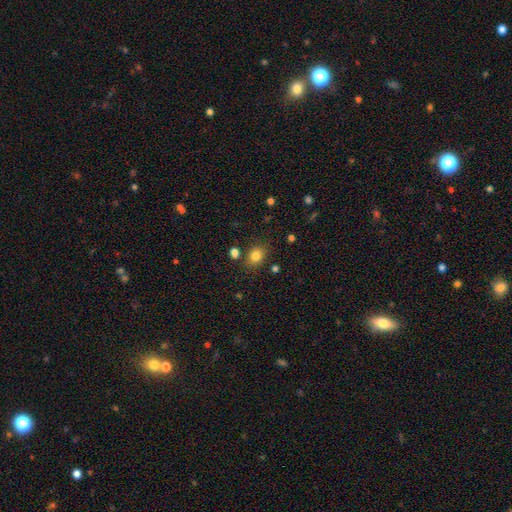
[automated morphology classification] A smooth galaxy with no disk features (82%) that is in between round and cigar-shaped (53%). Merging: none (78%).